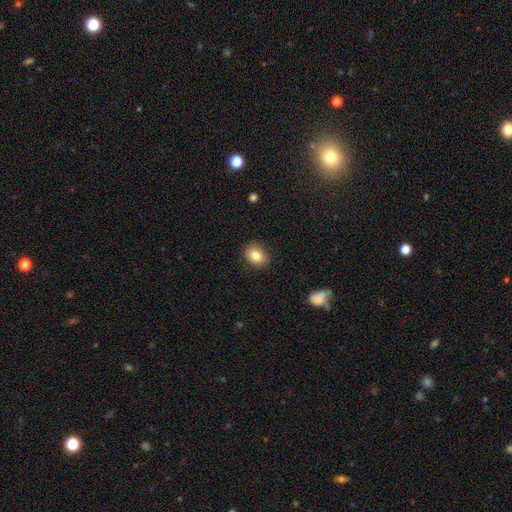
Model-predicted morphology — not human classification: smooth-or-featured: smooth: 83% | star or artifact: 9% | featured or disk: 8%
  how-rounded: in between: 52% | round: 47% | cigar-shaped: 1%
  merging: none: 88% | minor disturbance: 9% | major disturbance: 2% | merger: 1%